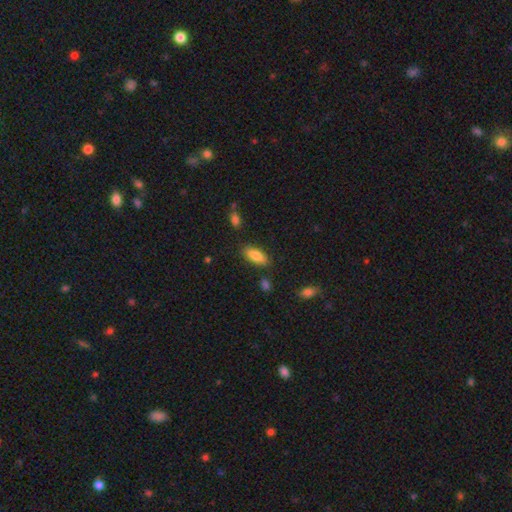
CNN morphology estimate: Smooth or featured: smooth — 85% (featured or disk — 8%)
How rounded: in between — 80% (cigar-shaped — 18%)
Merging: none — 81% (minor disturbance — 13%)